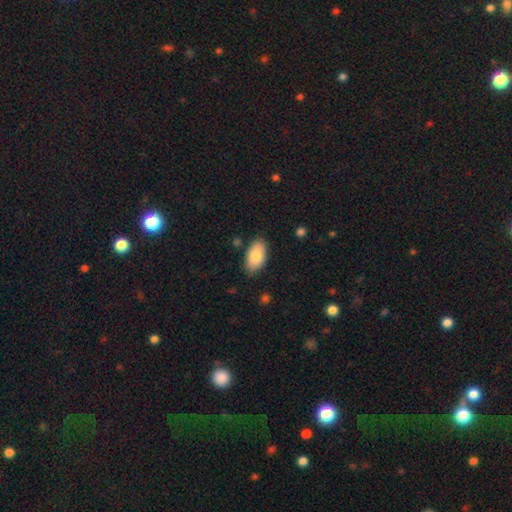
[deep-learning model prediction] smooth-or-featured: smooth: 84% | featured or disk: 10% | star or artifact: 6%
  how-rounded: in between: 95% | round: 3% | cigar-shaped: 2%
  merging: none: 83% | minor disturbance: 12% | major disturbance: 3% | merger: 2%